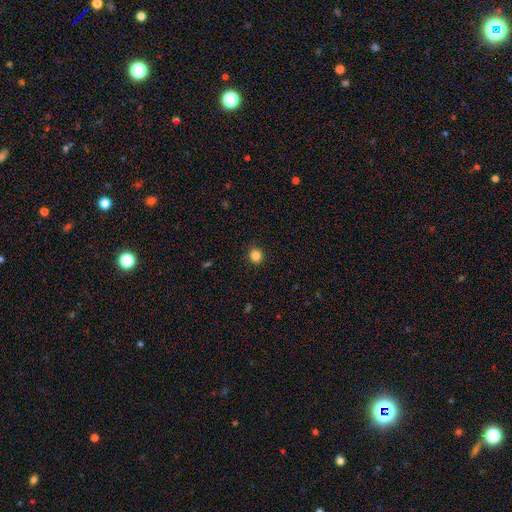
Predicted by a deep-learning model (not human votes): This is clearly a smooth galaxy (85%). How rounded: clearly round (84%). Merging: clearly none (91%).